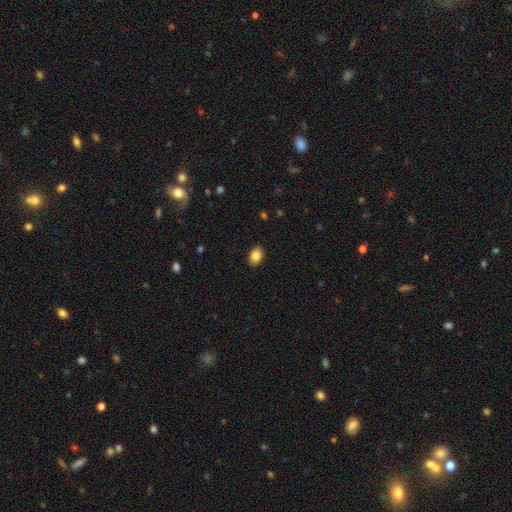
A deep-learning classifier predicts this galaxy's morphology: smooth_or_featured: smooth (p=0.85) [alt: star or artifact p=0.08]
how_rounded: in between (p=0.81) [alt: round p=0.18]
merging: none (p=0.89) [alt: minor disturbance p=0.08]